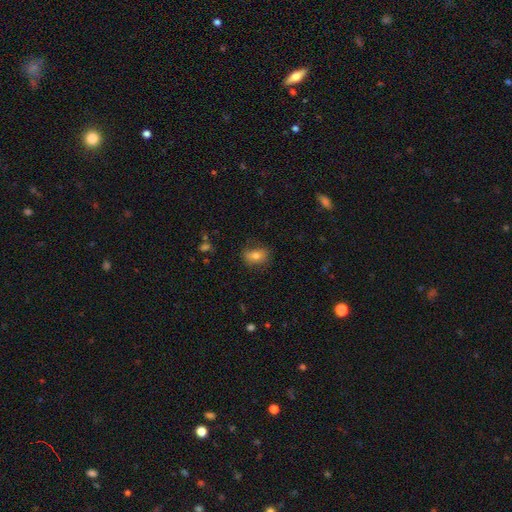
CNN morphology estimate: Overall: smooth (72%). How rounded: in between (74%). Merging: none (72%).